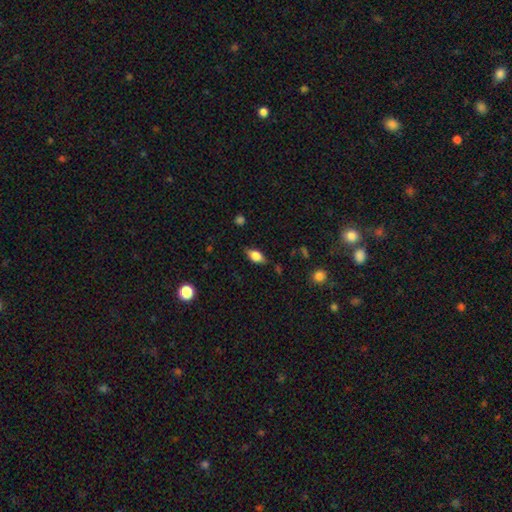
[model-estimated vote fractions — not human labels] The model was most divided on "smooth or featured": smooth: 73%, featured or disk: 18%, star or artifact: 8%. More confident: how rounded — in between (85%); merging — none (79%).